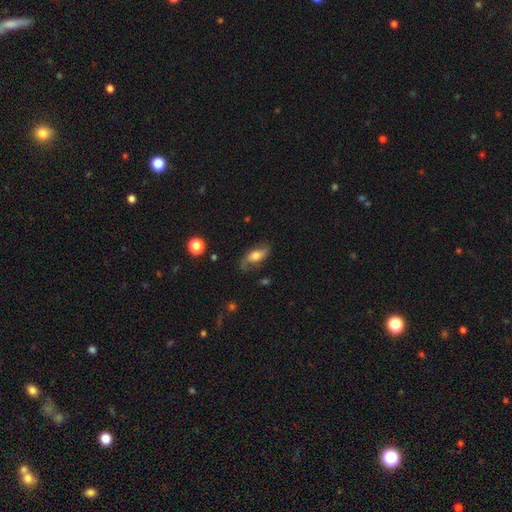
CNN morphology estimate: The model was most divided on "smooth or featured": featured or disk: 52%, smooth: 40%, star or artifact: 8%. More confident: edge-on disk — no (86%); merging — none (68%).